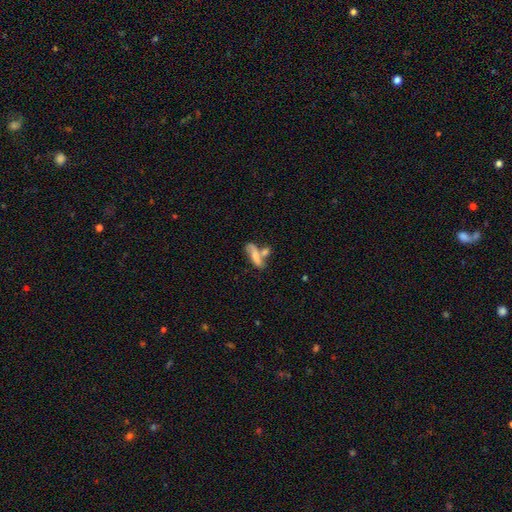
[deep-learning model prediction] A smooth galaxy with no disk features (64%) that is in between round and cigar-shaped (50%).

Vote fractions:
- Smooth or featured? smooth: 64% / featured or disk: 28% / star or artifact: 9%
- How rounded? in between: 50% / cigar-shaped: 47% / round: 4%
- Merging? merger: 42% / none: 35% / minor disturbance: 15% / major disturbance: 9%